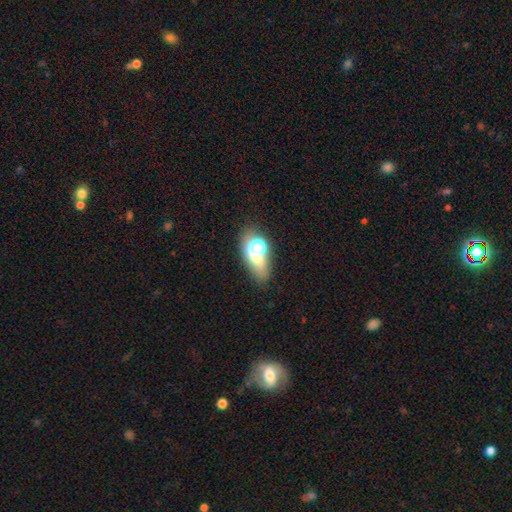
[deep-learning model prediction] Smooth or featured: smooth — 56% (featured or disk — 24%)
How rounded: in between — 70% (round — 22%)
Merging: none — 51% (merger — 22%)